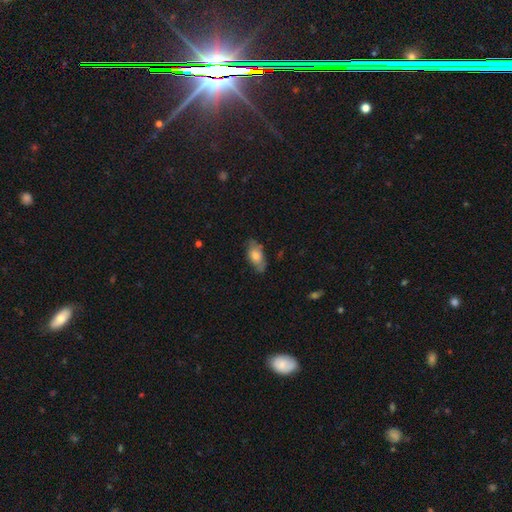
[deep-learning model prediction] Smooth or featured?
  - smooth: 69% *
  - featured or disk: 24%
  - star or artifact: 7%
How rounded?
  - in between: 88% *
  - cigar-shaped: 9%
  - round: 4%
Merging?
  - none: 75% *
  - minor disturbance: 20%
  - major disturbance: 4%
  - merger: 1%